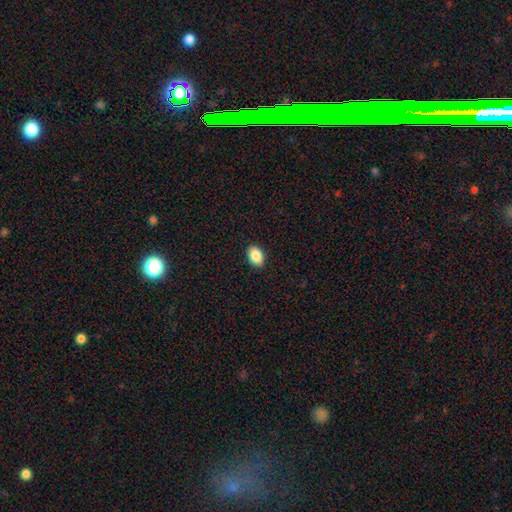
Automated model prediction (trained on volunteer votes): The model was most divided on "how rounded": in between: 85%, round: 14%, cigar-shaped: 1%. More confident: merging — none (91%); smooth or featured — smooth (88%).